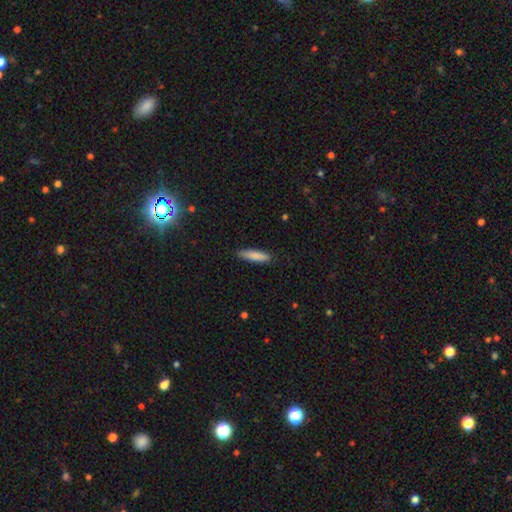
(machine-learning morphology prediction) A smooth galaxy with no disk features (84%) that is cigar-shaped (81%). Merging: none (87%).